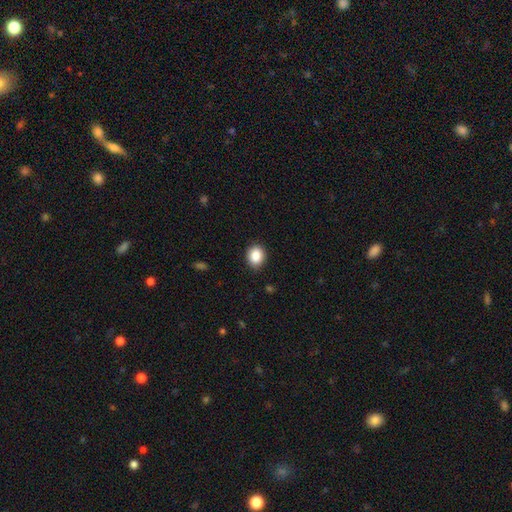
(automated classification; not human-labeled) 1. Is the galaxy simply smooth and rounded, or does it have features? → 88% smooth, 8% star or artifact, 4% featured or disk.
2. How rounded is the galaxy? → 55% round, 44% in between, 1% cigar-shaped.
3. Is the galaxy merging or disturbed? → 88% none, 9% minor disturbance, 2% major disturbance, 1% merger.